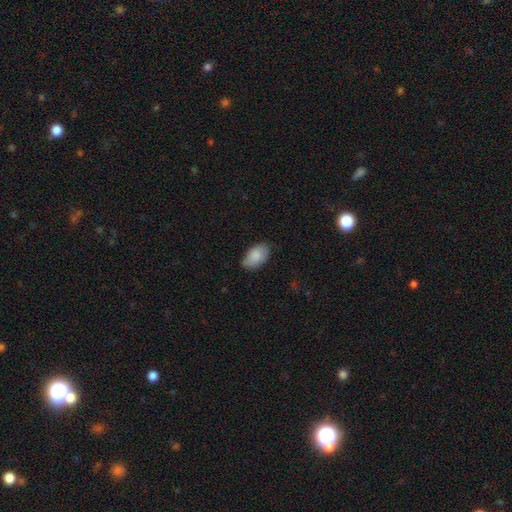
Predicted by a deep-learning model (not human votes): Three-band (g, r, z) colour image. It shows a smooth galaxy with no disk features (87%) that is in between round and cigar-shaped (93%). Merging: none (72%).